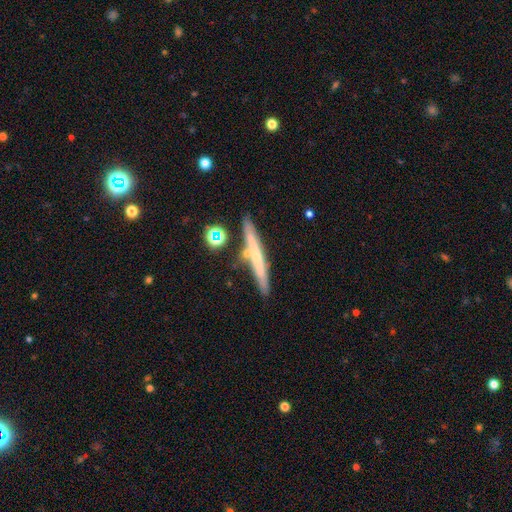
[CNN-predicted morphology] type=featured or disk (53%); edge-on=yes (93%); merging=none (75%).